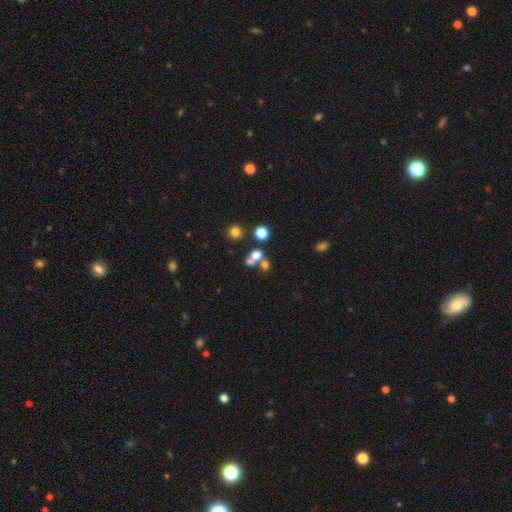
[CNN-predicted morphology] Q: Smooth or featured?
A: smooth (67%); runner-up: star or artifact (19%)
Q: How rounded?
A: round (63%); runner-up: in between (36%)
Q: Merging?
A: merger (45%); runner-up: none (41%)